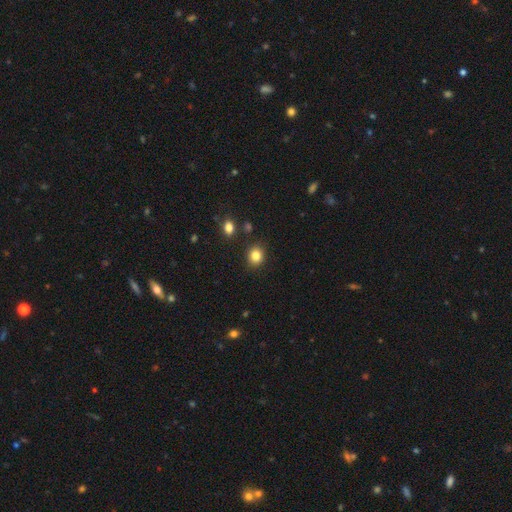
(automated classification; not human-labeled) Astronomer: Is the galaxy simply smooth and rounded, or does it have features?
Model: smooth — 84%.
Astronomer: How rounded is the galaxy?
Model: round — 75%.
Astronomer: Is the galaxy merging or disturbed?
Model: none — 88%.